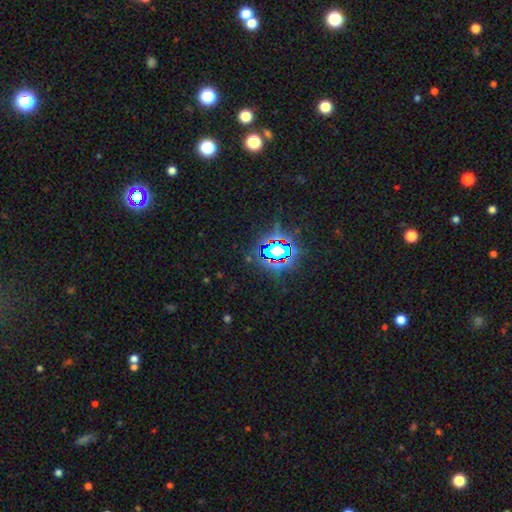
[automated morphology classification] Smooth or featured?
  - star or artifact: 81% *
  - smooth: 11%
  - featured or disk: 8%